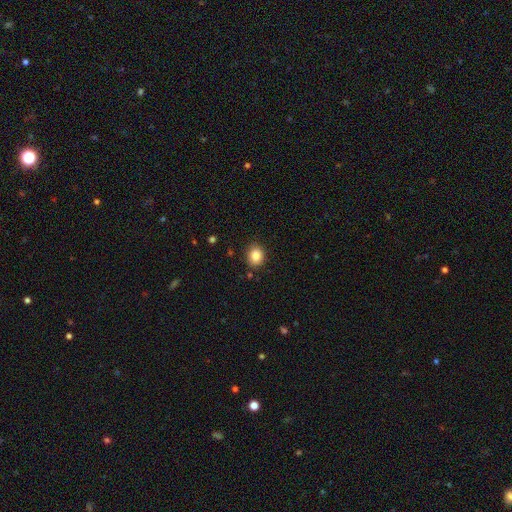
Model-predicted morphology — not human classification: smooth_or_featured: smooth (p=0.86) [alt: star or artifact p=0.09]
how_rounded: round (p=0.59) [alt: in between p=0.40]
merging: none (p=0.87) [alt: minor disturbance p=0.09]